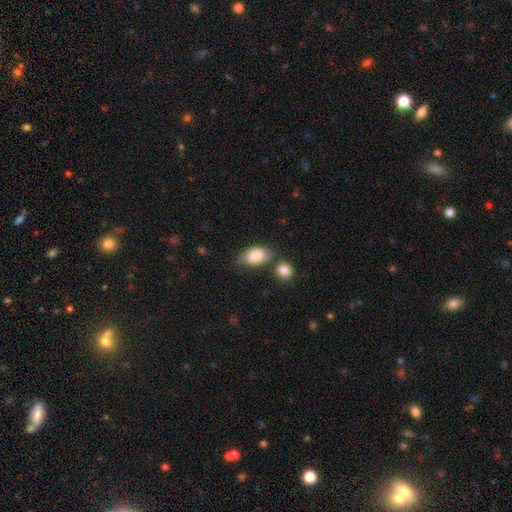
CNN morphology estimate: smooth-or-featured: smooth: 79% | featured or disk: 14% | star or artifact: 6%
  how-rounded: in between: 88% | round: 9% | cigar-shaped: 2%
  merging: none: 53% | minor disturbance: 24% | merger: 16% | major disturbance: 7%